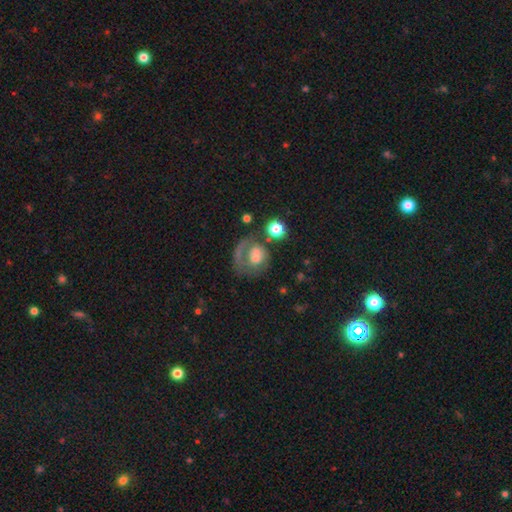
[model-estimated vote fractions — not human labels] A featured or disk galaxy (49%). Merging: none (33%).